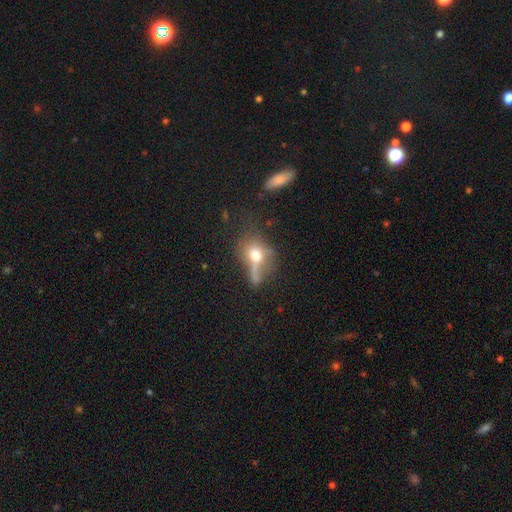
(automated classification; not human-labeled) A smooth galaxy with no disk features (57%) that is in between round and cigar-shaped (48%). Merging: none (36%).